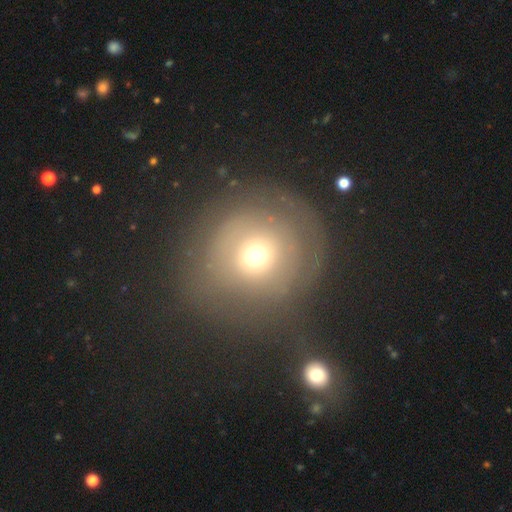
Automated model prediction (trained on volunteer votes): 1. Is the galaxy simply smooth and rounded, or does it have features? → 52% smooth, 34% featured or disk, 13% star or artifact.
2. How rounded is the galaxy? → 90% round, 9% in between, 1% cigar-shaped.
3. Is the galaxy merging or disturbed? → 64% none, 16% minor disturbance, 15% major disturbance, 5% merger.